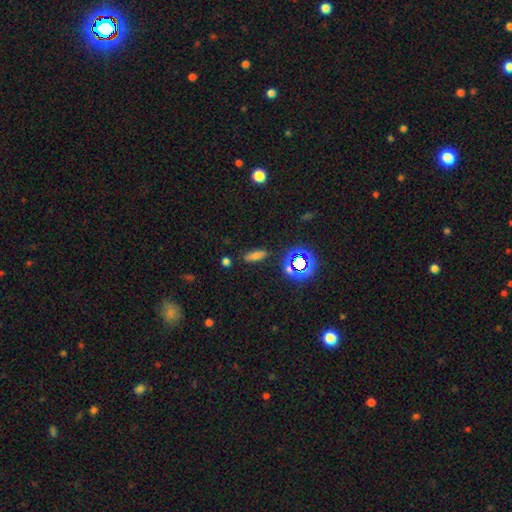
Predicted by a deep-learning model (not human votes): Smooth or featured? smooth (64%)
How rounded? in between (51%)
Merging? none (85%)